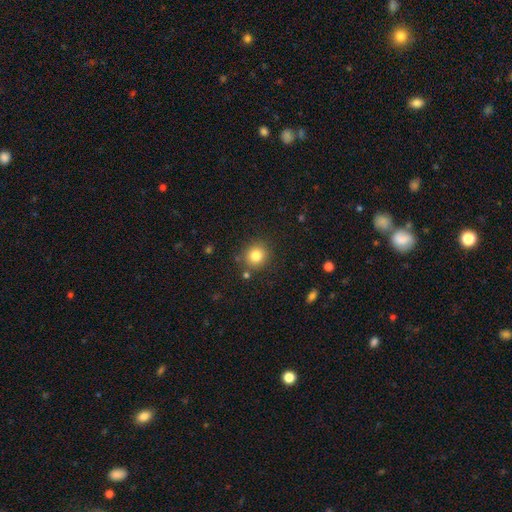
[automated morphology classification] Overall: smooth (82%). How rounded: round (87%). Merging: none (85%).